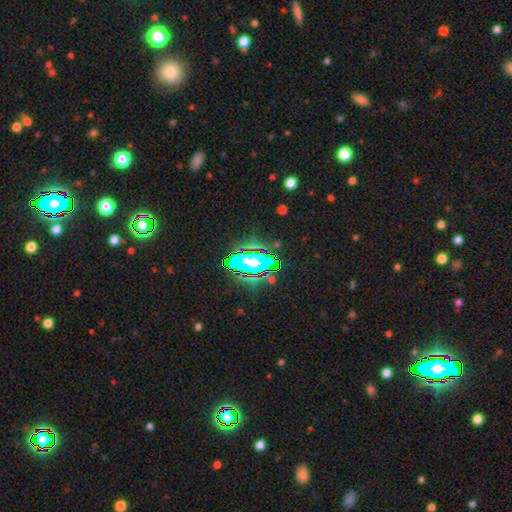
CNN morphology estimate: A star or artifact, not a galaxy (50%).